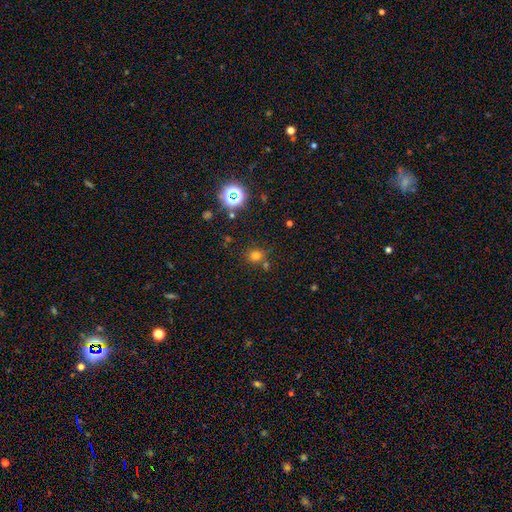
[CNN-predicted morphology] This is likely a smooth galaxy (70%). How rounded: clearly round (82%). Merging: likely none (72%).